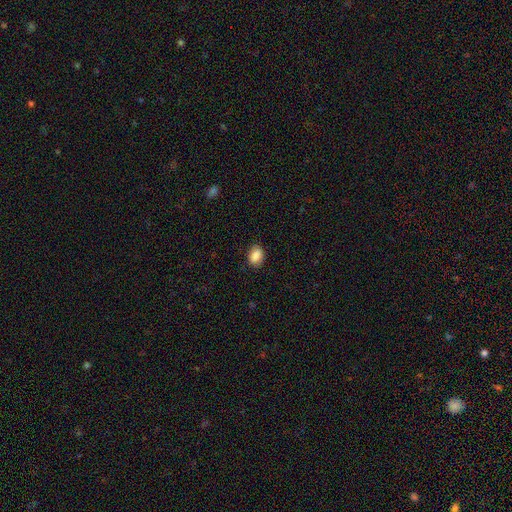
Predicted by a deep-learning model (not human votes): smooth 87%, star or artifact 8%, featured or disk 5%. Down the decision tree: how rounded — in between (77%); merging — none (84%).